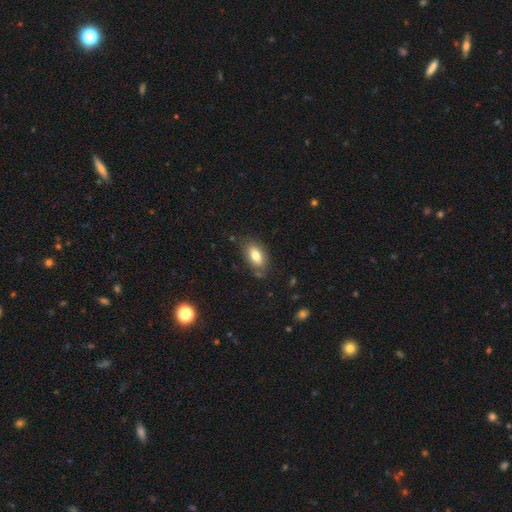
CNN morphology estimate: This appears to be a smooth galaxy with no disk features (79%) that is in between round and cigar-shaped (90%). Merging: none (76%).